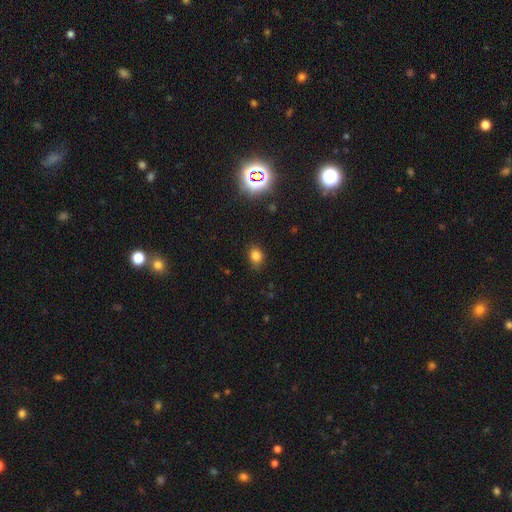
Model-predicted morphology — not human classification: This appears to be a smooth galaxy with no disk features (79%) that is round (59%). Merging: none (80%).